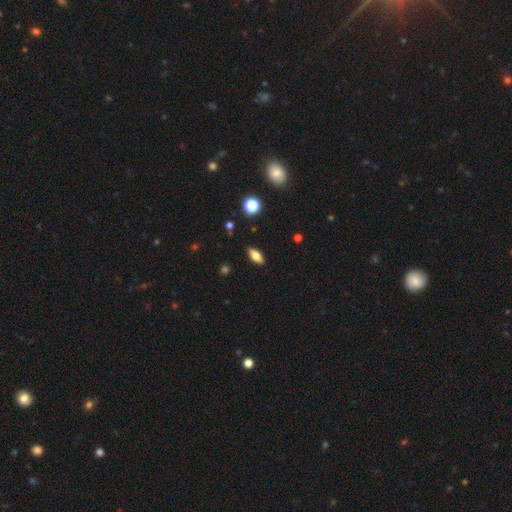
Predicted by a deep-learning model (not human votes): Q: Smooth or featured?
A: smooth (72%); runner-up: featured or disk (19%)
Q: How rounded?
A: in between (81%); runner-up: cigar-shaped (15%)
Q: Merging?
A: none (88%); runner-up: minor disturbance (9%)